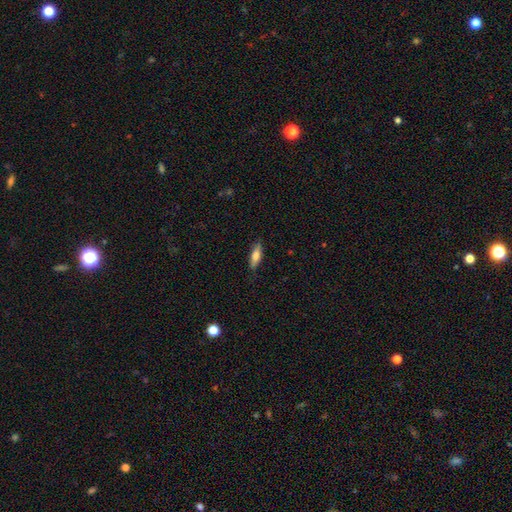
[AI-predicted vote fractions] Q: Smooth or featured?
A: smooth (72%); runner-up: featured or disk (22%)
Q: How rounded?
A: cigar-shaped (51%); runner-up: in between (47%)
Q: Merging?
A: none (84%); runner-up: minor disturbance (12%)